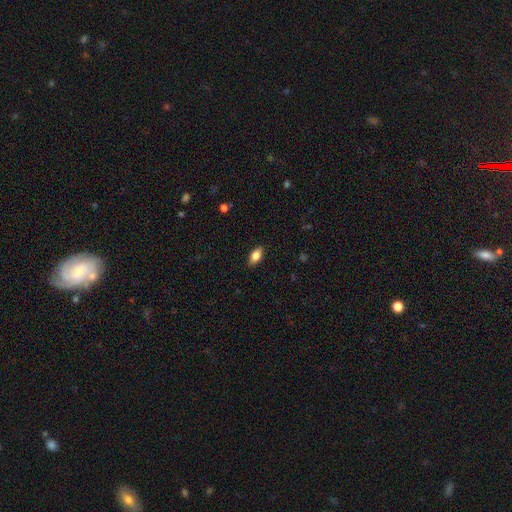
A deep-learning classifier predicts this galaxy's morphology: The model was most divided on "smooth or featured": smooth: 80%, featured or disk: 12%, star or artifact: 8%. More confident: how rounded — in between (89%); merging — none (87%).